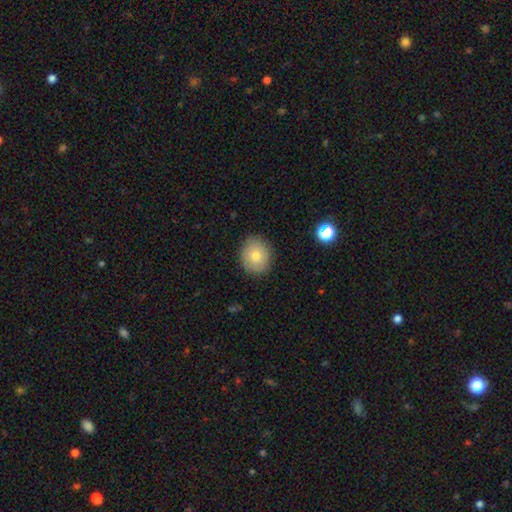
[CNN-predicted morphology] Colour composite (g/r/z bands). It shows a smooth galaxy with no disk features (76%) that is round (70%). Merging: none (86%).